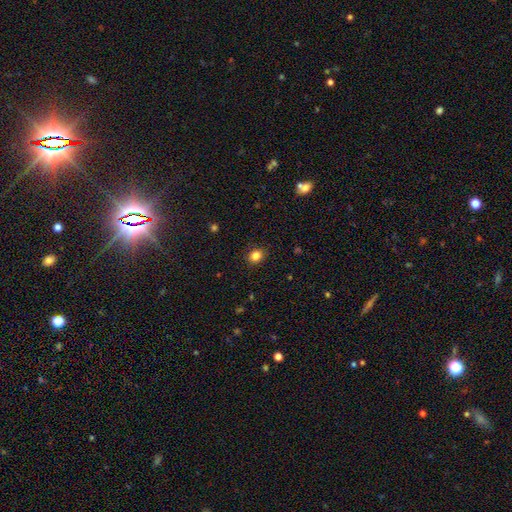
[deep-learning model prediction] This appears to be a smooth galaxy with no disk features (84%) that is round (59%). Merging: none (89%).